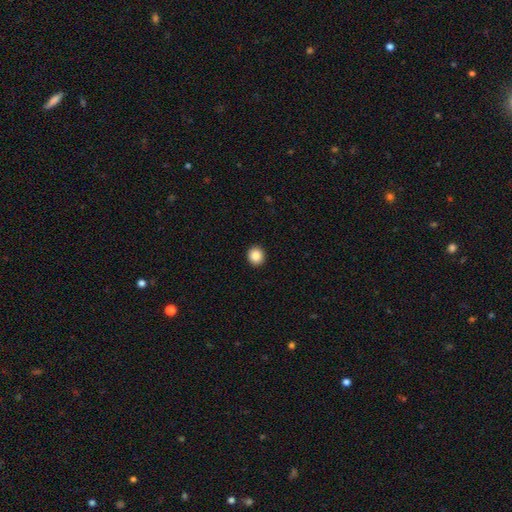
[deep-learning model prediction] smooth 87%, star or artifact 9%, featured or disk 4%. Down the decision tree: how rounded — round (88%); merging — none (93%).